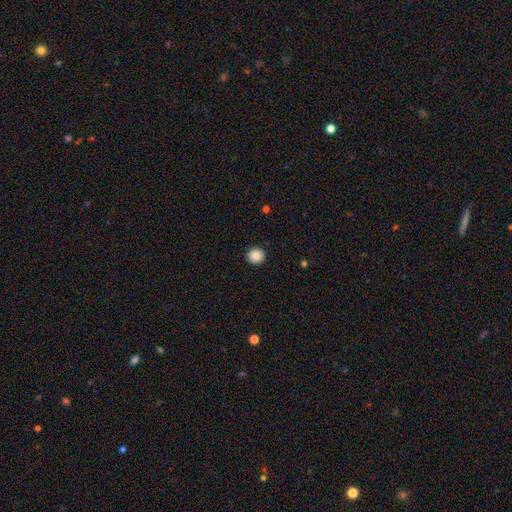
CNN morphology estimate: Smooth or featured: smooth — 88% (star or artifact — 9%)
How rounded: round — 92% (in between — 7%)
Merging: none — 92% (minor disturbance — 5%)